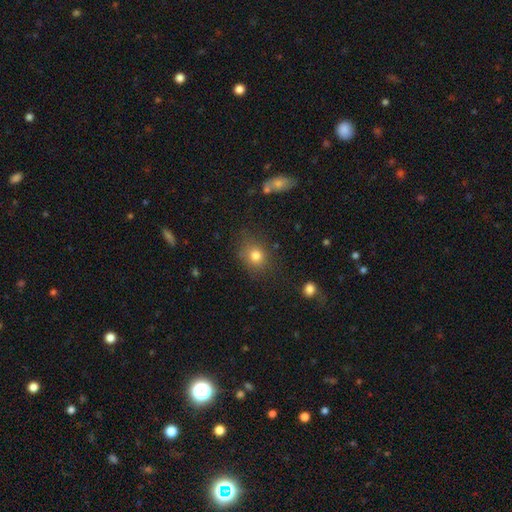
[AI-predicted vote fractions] Smooth or featured? Predicted: smooth (p=0.80). How rounded? Predicted: round (p=0.67). Merging? Predicted: none (p=0.77).